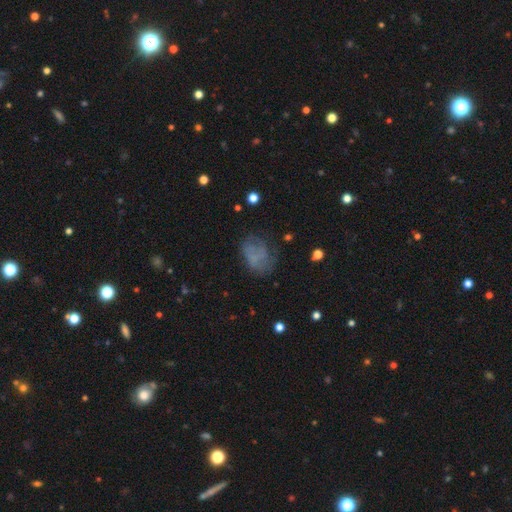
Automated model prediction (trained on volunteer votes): Smooth or featured? Predicted: smooth (p=0.54). How rounded? Predicted: in between (p=0.65). Merging? Predicted: none (p=0.50).